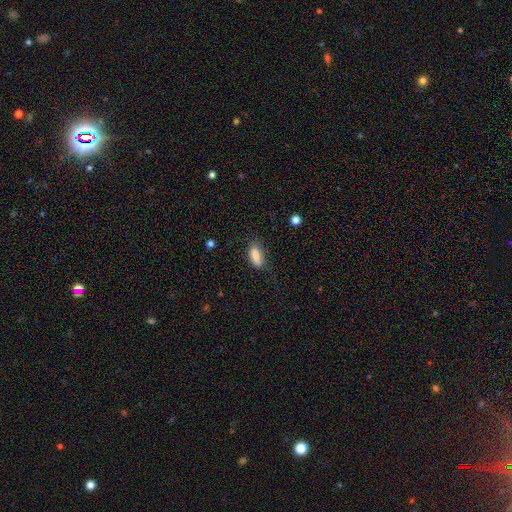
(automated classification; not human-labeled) smooth_or_featured: smooth (p=0.86) [alt: star or artifact p=0.08]
how_rounded: in between (p=0.82) [alt: cigar-shaped p=0.15]
merging: none (p=0.69) [alt: minor disturbance p=0.22]